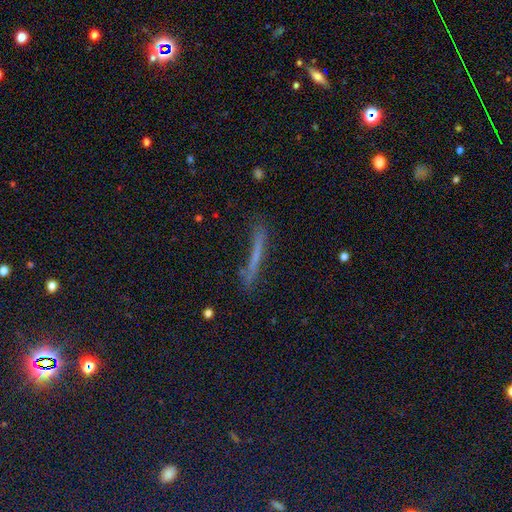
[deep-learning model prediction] Q: Smooth or featured?
A: smooth (52%); runner-up: featured or disk (30%)
Q: How rounded?
A: cigar-shaped (93%); runner-up: in between (4%)
Q: Merging?
A: none (68%); runner-up: minor disturbance (20%)